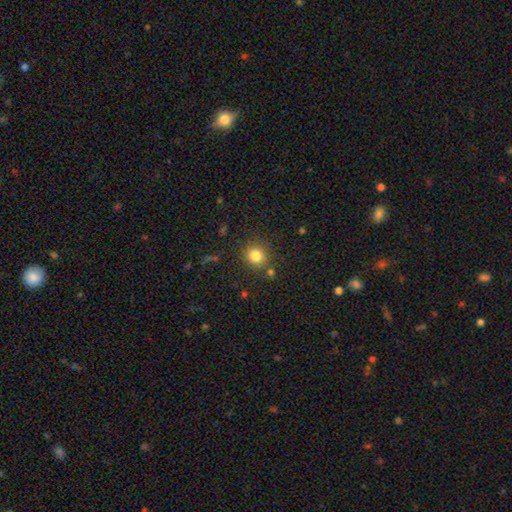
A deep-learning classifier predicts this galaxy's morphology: Smooth or featured? smooth (81%)
How rounded? round (87%)
Merging? none (81%)